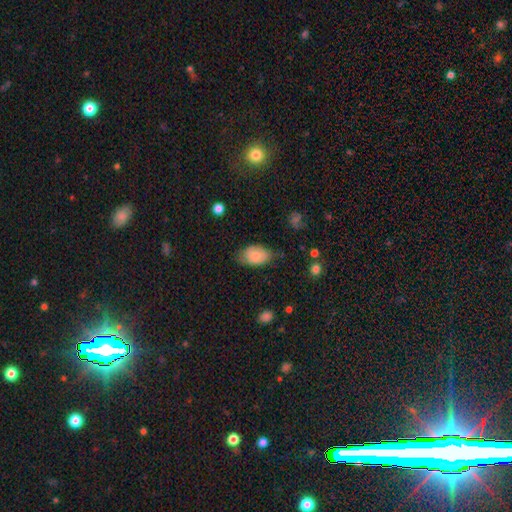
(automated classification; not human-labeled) Smooth or featured?
  - smooth: 79% *
  - featured or disk: 14%
  - star or artifact: 7%
How rounded?
  - in between: 90% *
  - round: 8%
  - cigar-shaped: 1%
Merging?
  - none: 62% *
  - minor disturbance: 29%
  - major disturbance: 7%
  - merger: 2%